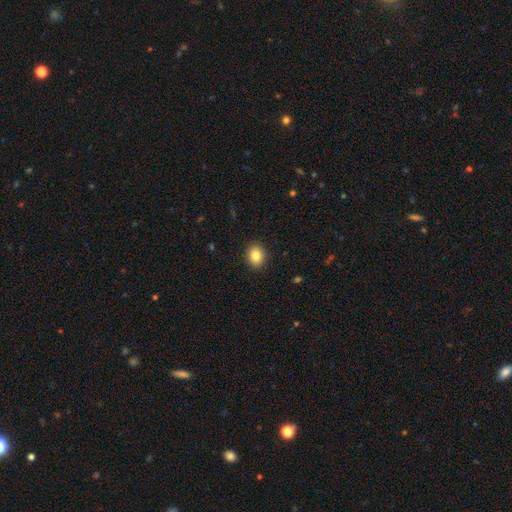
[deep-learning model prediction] The model was most divided on "how rounded": in between: 56%, round: 44%, cigar-shaped: 1%. More confident: merging — none (91%); smooth or featured — smooth (85%).